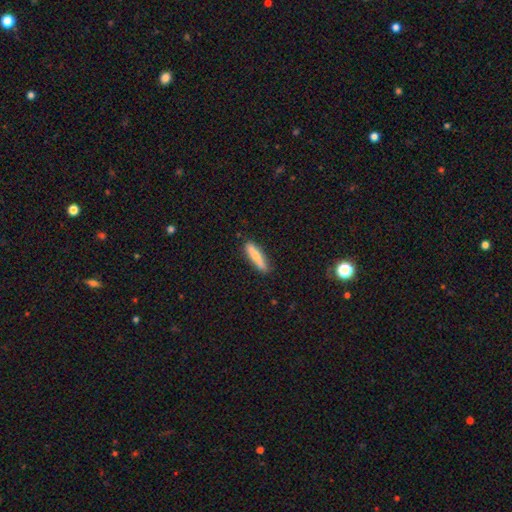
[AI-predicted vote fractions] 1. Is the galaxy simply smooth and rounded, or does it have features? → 77% smooth, 17% featured or disk, 6% star or artifact.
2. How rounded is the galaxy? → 84% cigar-shaped, 14% in between, 2% round.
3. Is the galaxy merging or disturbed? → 84% none, 12% minor disturbance, 2% major disturbance, 2% merger.